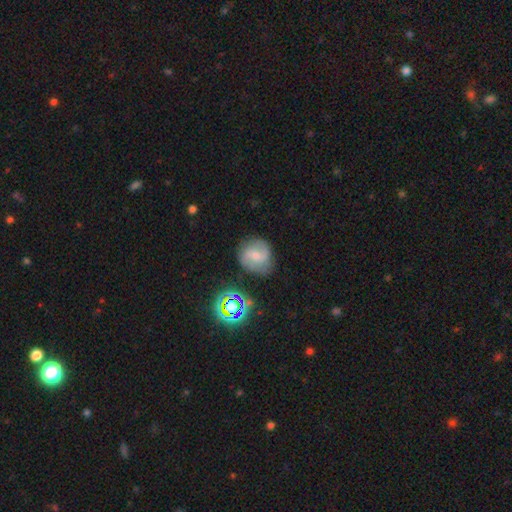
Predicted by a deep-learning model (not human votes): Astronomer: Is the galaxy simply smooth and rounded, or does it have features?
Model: featured or disk — 66%.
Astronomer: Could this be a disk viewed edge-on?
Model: no — 97%.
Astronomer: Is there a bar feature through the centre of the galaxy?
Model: weak — 48% (runner-up: no, 38%).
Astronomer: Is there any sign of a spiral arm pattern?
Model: yes — 92%.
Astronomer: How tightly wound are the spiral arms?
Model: medium — 48% (runner-up: loose, 29%).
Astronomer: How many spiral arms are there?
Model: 2 — 80%.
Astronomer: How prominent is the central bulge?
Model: small — 62%.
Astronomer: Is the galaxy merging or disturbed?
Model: none — 74%.